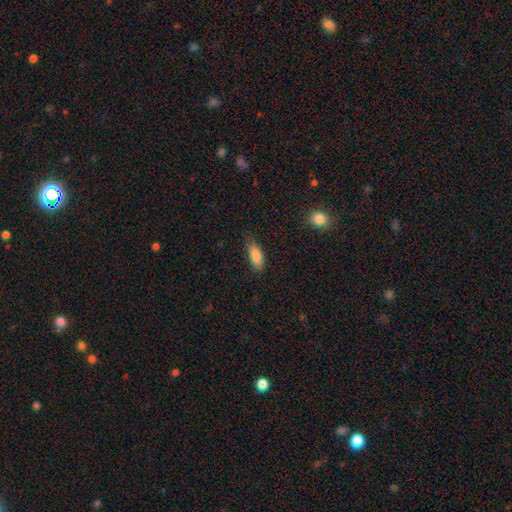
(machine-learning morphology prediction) smooth-or-featured: smooth: 85% | featured or disk: 8% | star or artifact: 7%
  how-rounded: in between: 80% | cigar-shaped: 18% | round: 2%
  merging: none: 74% | minor disturbance: 20% | major disturbance: 4% | merger: 1%